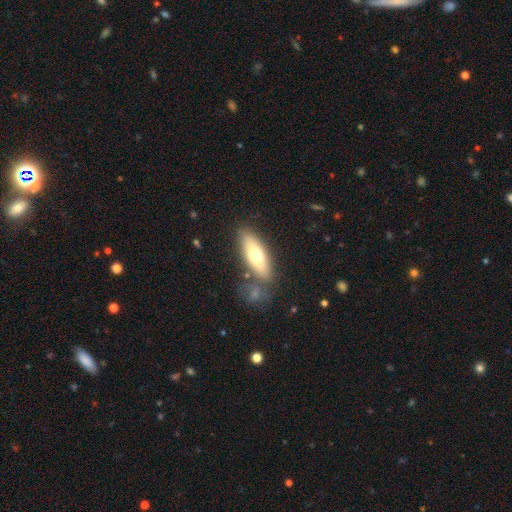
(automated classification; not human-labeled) Smooth or featured? Predicted: smooth (p=0.67). How rounded? Predicted: in between (p=0.60). Merging? Predicted: none (p=0.75).